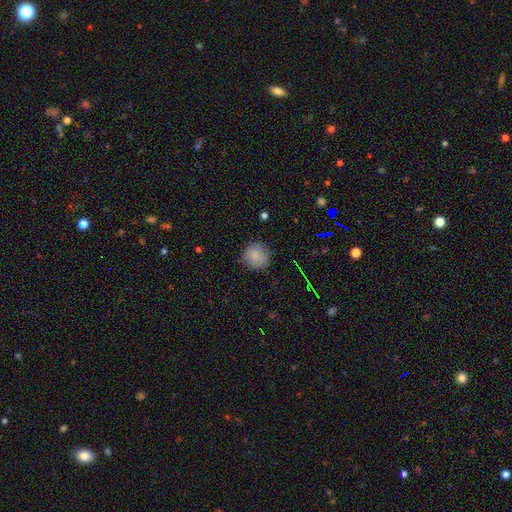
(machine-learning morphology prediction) Smooth or featured? smooth (83%)
How rounded? round (91%)
Merging? none (80%)